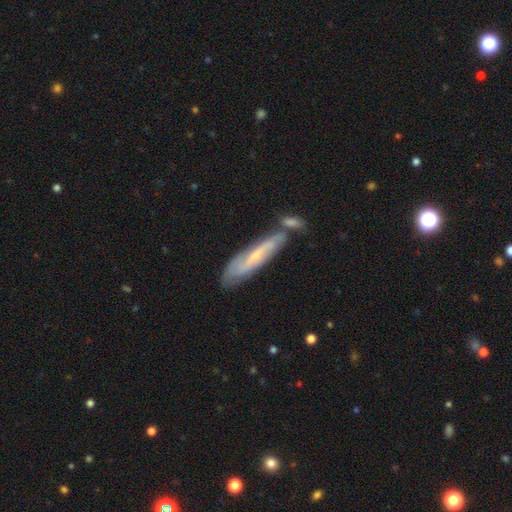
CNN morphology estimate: This appears to be a featured or disk galaxy (66%). Merging: none (50%).